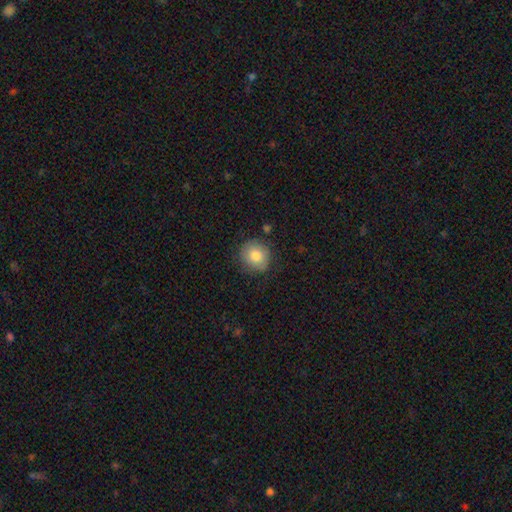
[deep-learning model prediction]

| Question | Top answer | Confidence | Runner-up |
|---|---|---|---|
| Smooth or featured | smooth | 83% | featured or disk (9%) |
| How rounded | round | 87% | in between (12%) |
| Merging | none | 82% | minor disturbance (13%) |